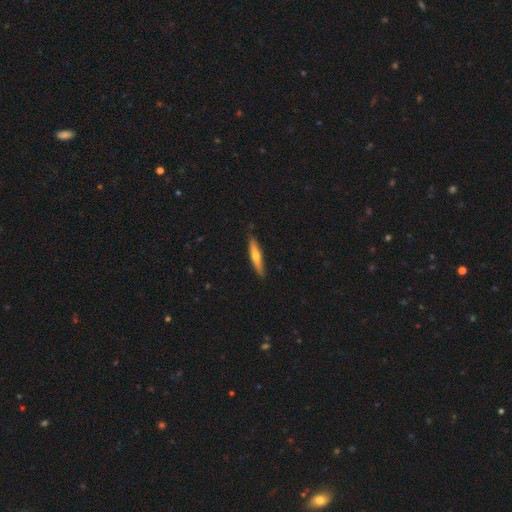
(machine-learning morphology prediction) Smooth or featured? smooth (47%, tied with featured or disk)
Merging? none (89%)